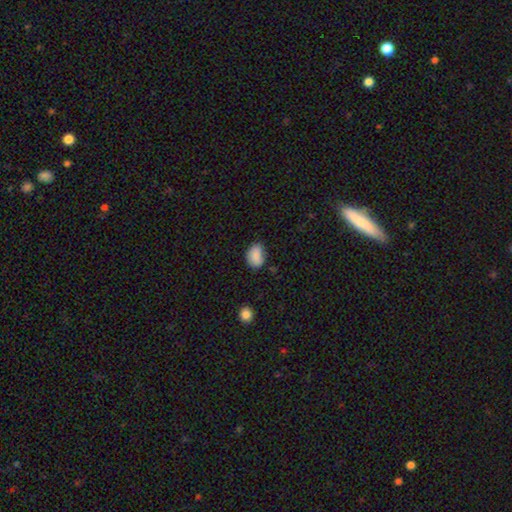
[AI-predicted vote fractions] smooth-or-featured: smooth: 87% | star or artifact: 8% | featured or disk: 5%
  how-rounded: in between: 76% | round: 23% | cigar-shaped: 1%
  merging: none: 69% | minor disturbance: 25% | major disturbance: 4% | merger: 2%